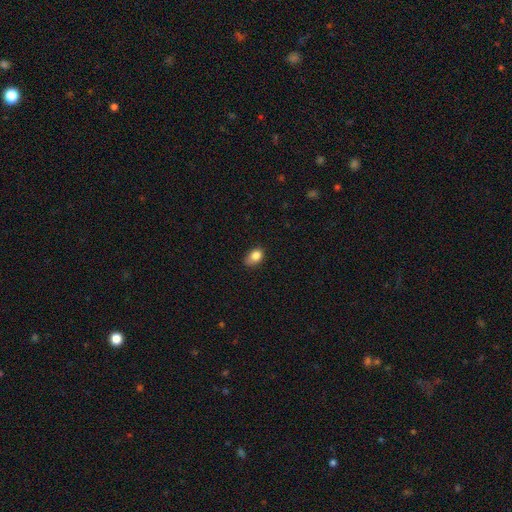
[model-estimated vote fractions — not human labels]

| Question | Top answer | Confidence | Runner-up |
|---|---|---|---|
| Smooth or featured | smooth | 84% | star or artifact (9%) |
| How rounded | in between | 74% | round (25%) |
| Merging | none | 59% | minor disturbance (32%) |